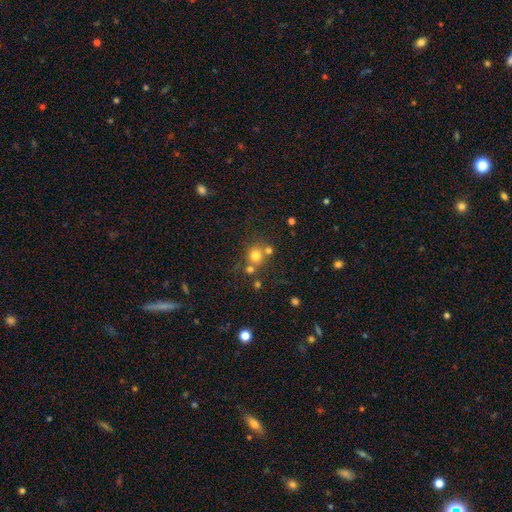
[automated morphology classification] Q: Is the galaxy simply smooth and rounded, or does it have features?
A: smooth — 72%.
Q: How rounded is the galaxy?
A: round — 87%.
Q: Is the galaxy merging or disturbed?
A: none — 59%.